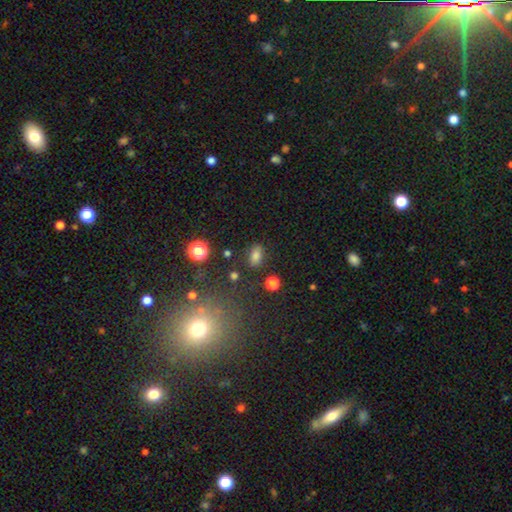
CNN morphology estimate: Overall: smooth (78%). How rounded: in between (83%). Merging: none (82%).